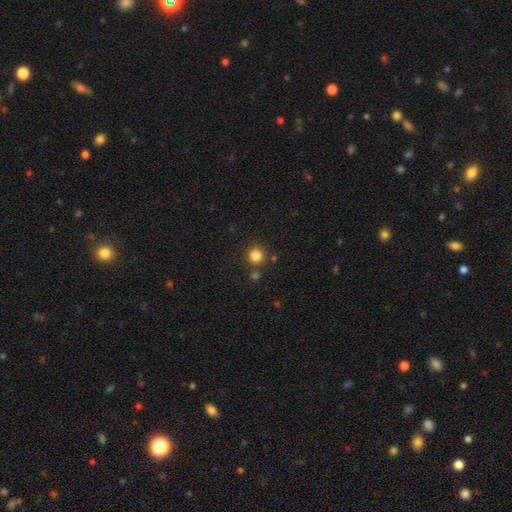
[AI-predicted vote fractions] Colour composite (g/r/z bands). It shows a smooth galaxy with no disk features (83%) that is round (92%). Merging: none (82%).